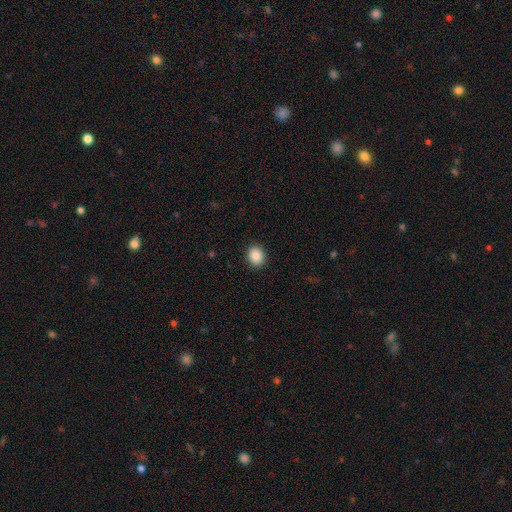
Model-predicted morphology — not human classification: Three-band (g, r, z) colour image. It shows a smooth galaxy with no disk features (88%) that is round (60%). Merging: none (91%).